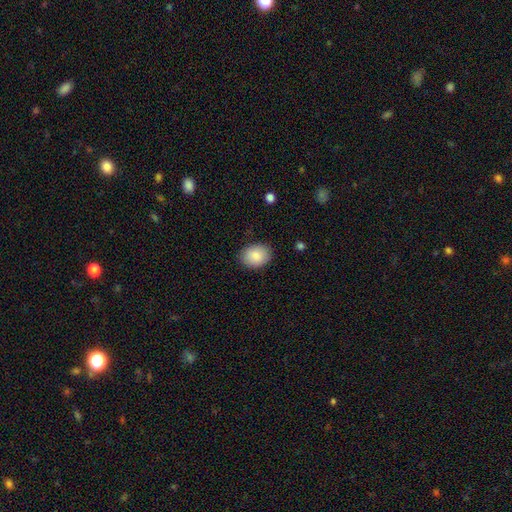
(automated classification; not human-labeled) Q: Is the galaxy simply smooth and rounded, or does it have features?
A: smooth — 87%.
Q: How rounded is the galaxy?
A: in between — 68%.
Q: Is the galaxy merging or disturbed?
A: none — 86%.